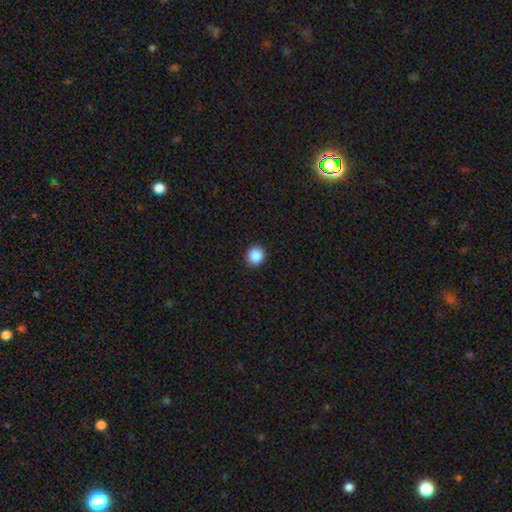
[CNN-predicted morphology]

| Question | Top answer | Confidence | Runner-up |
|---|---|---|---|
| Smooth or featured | smooth | 88% | star or artifact (10%) |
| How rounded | round | 93% | in between (6%) |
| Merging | none | 92% | minor disturbance (5%) |